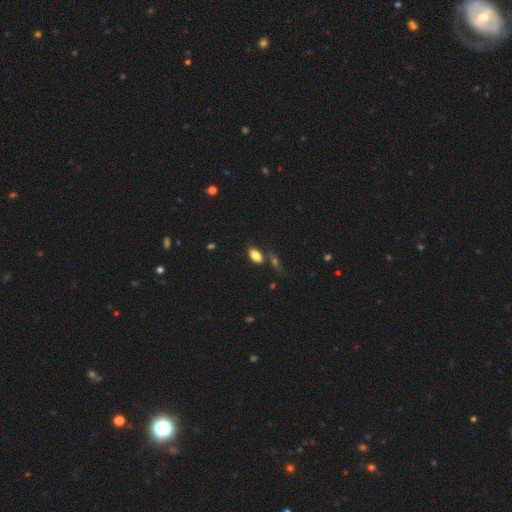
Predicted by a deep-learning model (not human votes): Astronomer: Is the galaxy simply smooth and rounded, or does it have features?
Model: smooth — 80%.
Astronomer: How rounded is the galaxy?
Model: in between — 89%.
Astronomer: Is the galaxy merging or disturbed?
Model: none — 66%.